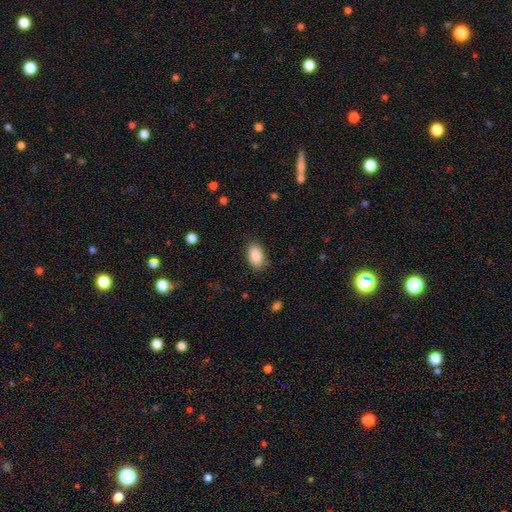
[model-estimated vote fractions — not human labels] This is clearly a smooth galaxy (89%). How rounded: clearly in between (92%). Merging: clearly none (84%).